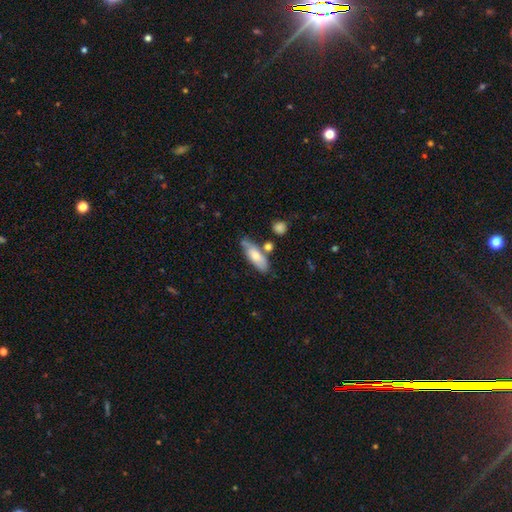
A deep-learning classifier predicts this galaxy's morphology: Smooth or featured? smooth (67%)
How rounded? in between (65%)
Merging? none (63%)